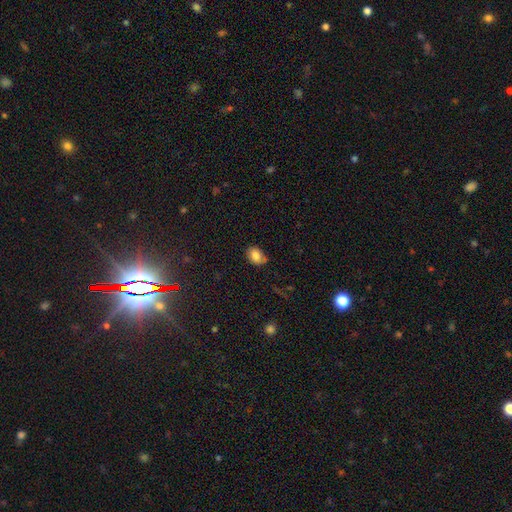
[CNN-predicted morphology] Smooth or featured? Predicted: smooth (p=0.81). How rounded? Predicted: in between (p=0.73). Merging? Predicted: none (p=0.74).